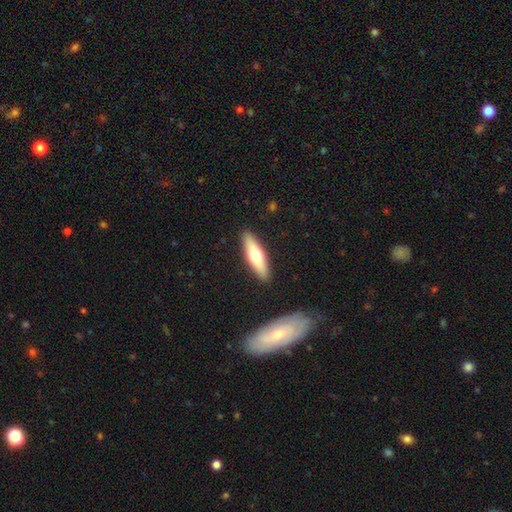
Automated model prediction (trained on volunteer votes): smooth 57%, featured or disk 38%, star or artifact 5%. Down the decision tree: how rounded — cigar-shaped (64%); merging — none (89%).